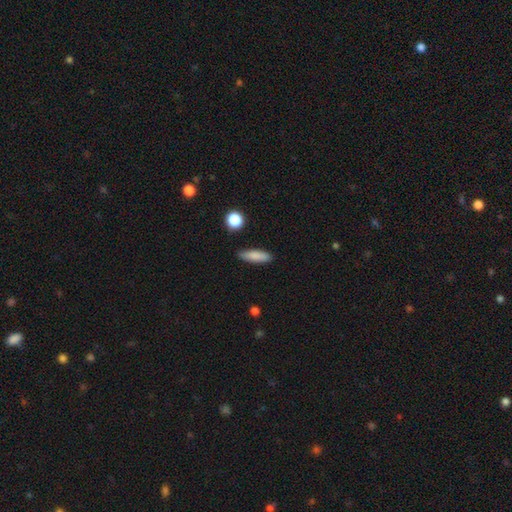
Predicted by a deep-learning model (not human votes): smooth 84%, featured or disk 9%, star or artifact 7%. Down the decision tree: how rounded — cigar-shaped (58%); merging — none (84%).